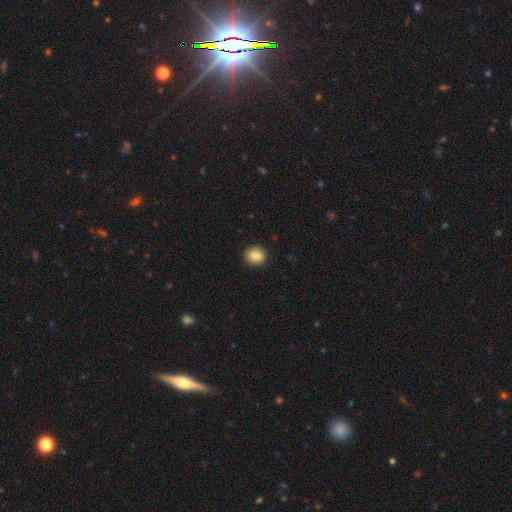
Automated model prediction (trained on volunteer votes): This appears to be a smooth galaxy with no disk features (85%) that is round (79%). Merging: none (90%).